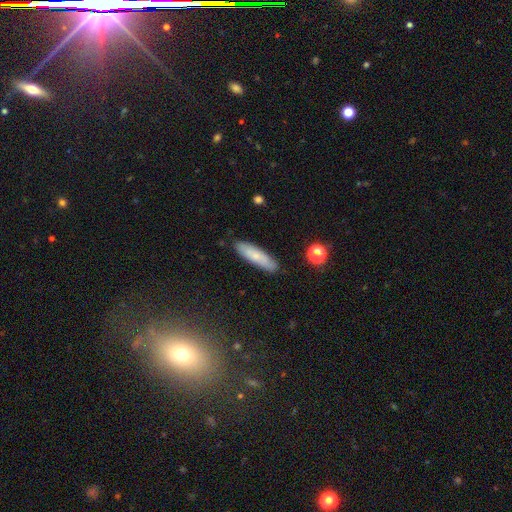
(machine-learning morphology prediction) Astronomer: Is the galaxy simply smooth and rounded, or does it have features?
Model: smooth — 71%.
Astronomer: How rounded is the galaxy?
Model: cigar-shaped — 68%.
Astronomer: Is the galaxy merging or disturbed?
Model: none — 86%.